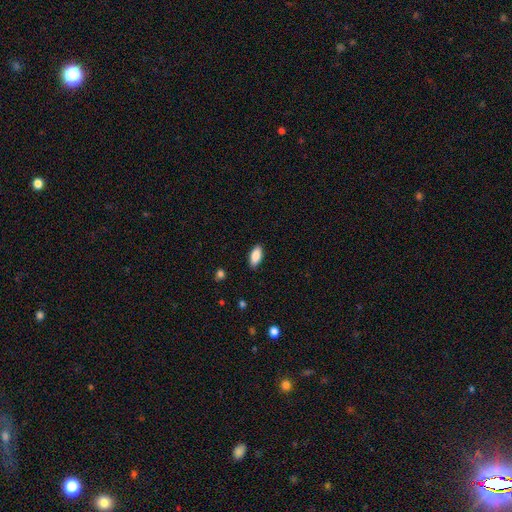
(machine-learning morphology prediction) smooth_or_featured: smooth (p=0.88) [alt: star or artifact p=0.06]
how_rounded: in between (p=0.88) [alt: cigar-shaped p=0.10]
merging: none (p=0.87) [alt: minor disturbance p=0.10]